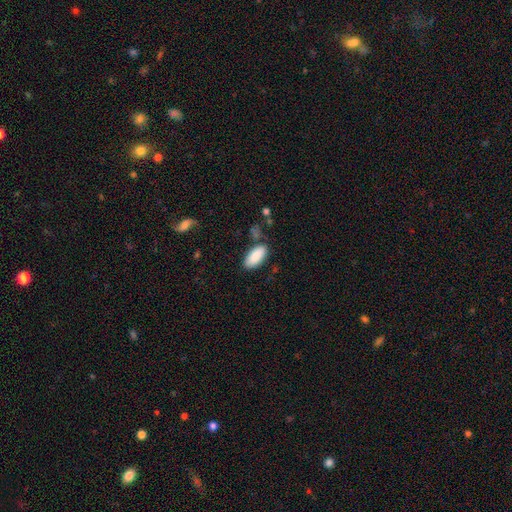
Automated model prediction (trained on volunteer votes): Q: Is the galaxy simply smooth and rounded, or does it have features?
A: smooth — 90%.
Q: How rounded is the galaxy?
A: in between — 91%.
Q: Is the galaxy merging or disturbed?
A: none — 78%.